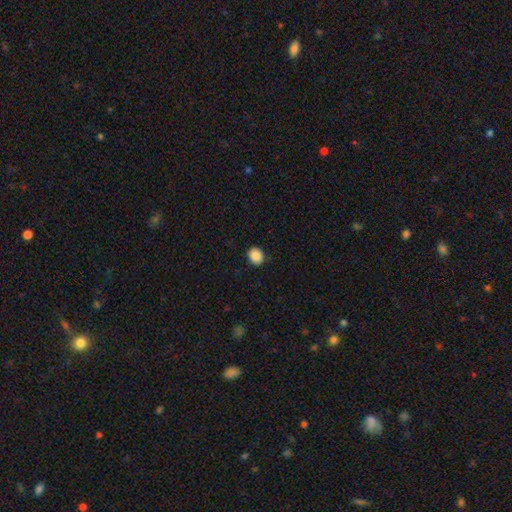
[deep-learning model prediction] smooth_or_featured: smooth (p=0.89) [alt: star or artifact p=0.09]
how_rounded: round (p=0.54) [alt: in between p=0.45]
merging: none (p=0.88) [alt: minor disturbance p=0.09]